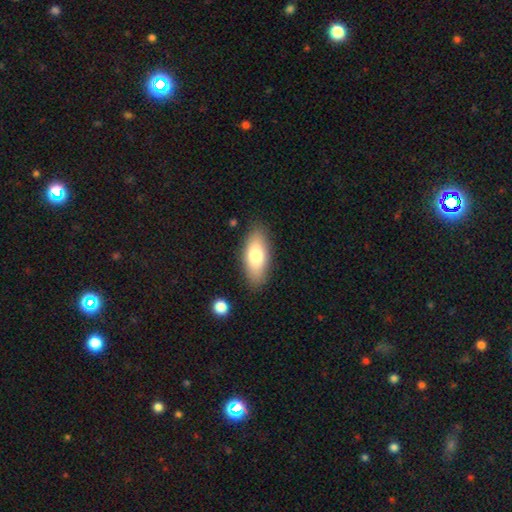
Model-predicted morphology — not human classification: The model was most divided on "smooth or featured": smooth: 76%, featured or disk: 18%, star or artifact: 7%. More confident: merging — none (84%); how rounded — in between (83%).